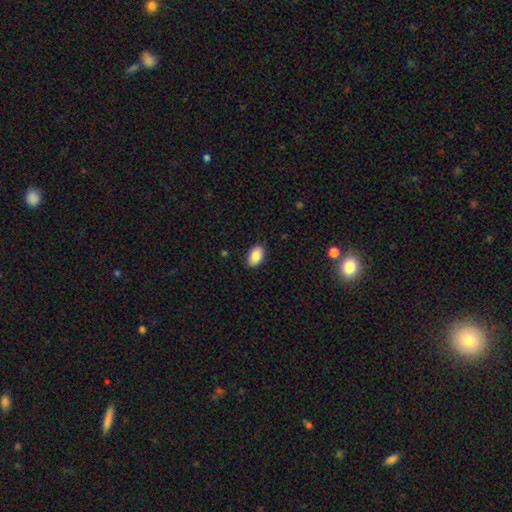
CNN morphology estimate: This appears to be a smooth galaxy with no disk features (86%) that is in between round and cigar-shaped (90%). Merging: none (87%).